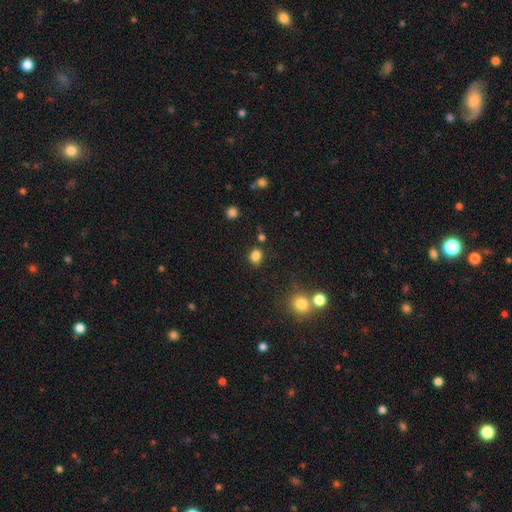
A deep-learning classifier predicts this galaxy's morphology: Smooth or featured? Predicted: smooth (p=0.83). How rounded? Predicted: round (p=0.62). Merging? Predicted: none (p=0.79).